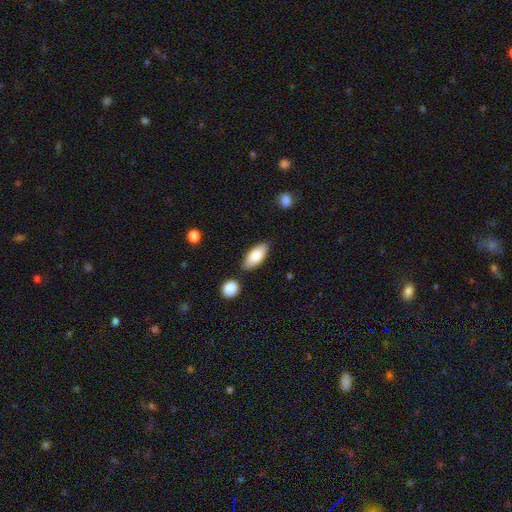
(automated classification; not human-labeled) A smooth galaxy with no disk features (80%) that is in between round and cigar-shaped (86%).

Vote fractions:
- Smooth or featured? smooth: 80% / featured or disk: 14% / star or artifact: 6%
- How rounded? in between: 86% / cigar-shaped: 12% / round: 2%
- Merging? none: 80% / minor disturbance: 12% / merger: 5% / major disturbance: 3%